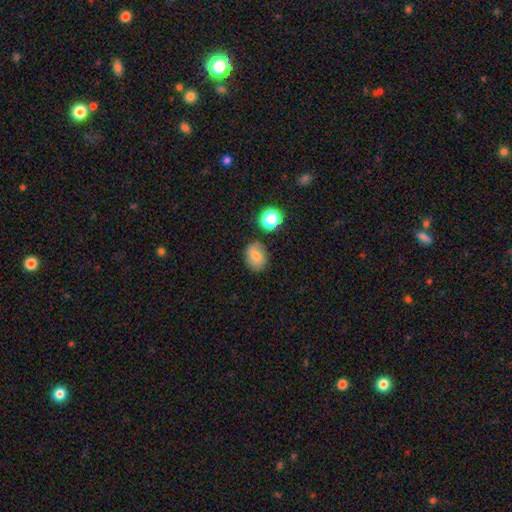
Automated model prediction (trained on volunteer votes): smooth-or-featured: smooth: 74% | featured or disk: 15% | star or artifact: 11%
  how-rounded: in between: 58% | round: 41% | cigar-shaped: 1%
  merging: none: 80% | minor disturbance: 13% | merger: 4% | major disturbance: 3%